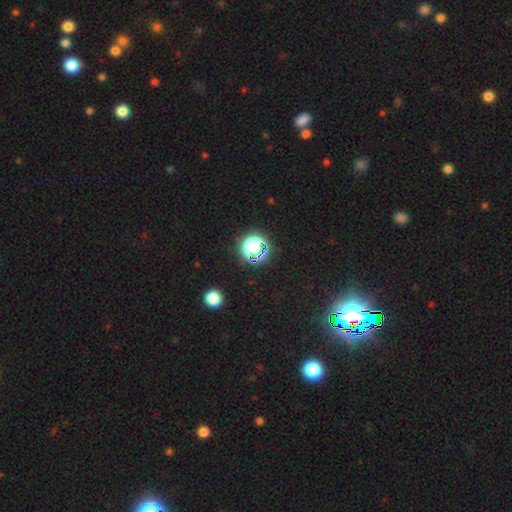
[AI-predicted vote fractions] Q: Smooth or featured?
A: star or artifact (60%); runner-up: smooth (32%)